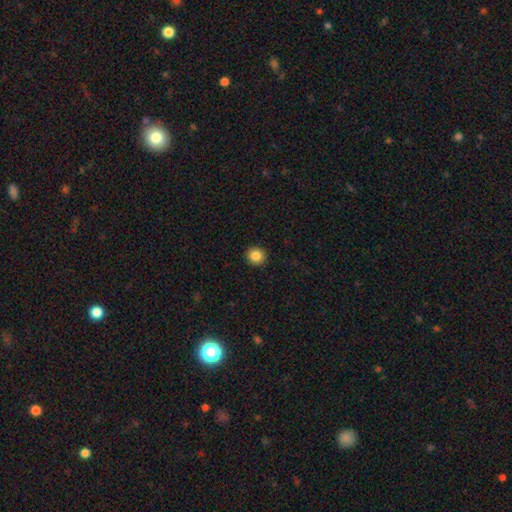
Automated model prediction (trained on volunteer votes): A smooth galaxy with no disk features (85%) that is round (90%). Merging: none (93%).